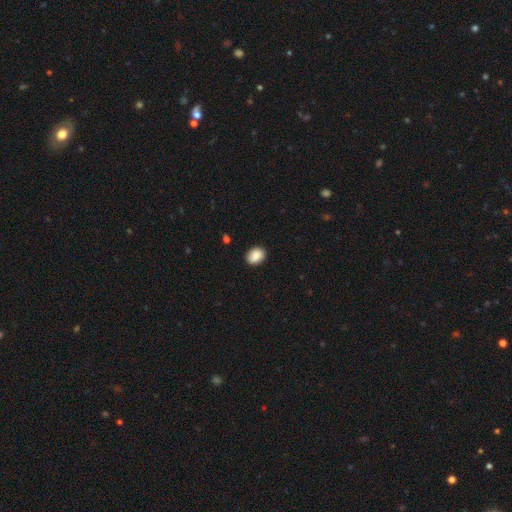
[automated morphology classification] type=smooth (88%); roundness=in between (60%); merging=none (88%).